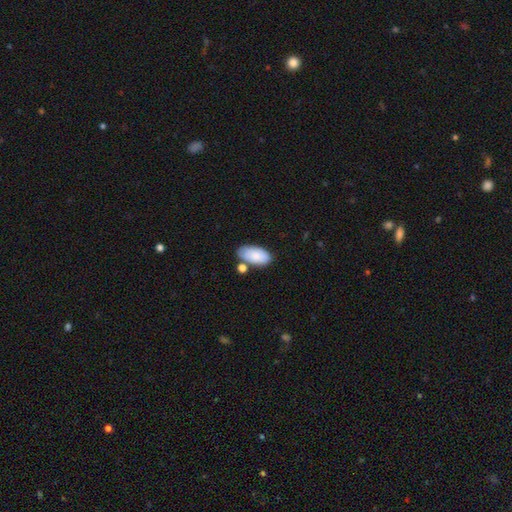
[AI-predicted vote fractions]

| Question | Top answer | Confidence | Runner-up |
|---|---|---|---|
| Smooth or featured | smooth | 84% | featured or disk (9%) |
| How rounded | in between | 95% | cigar-shaped (3%) |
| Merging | none | 63% | minor disturbance (17%) |